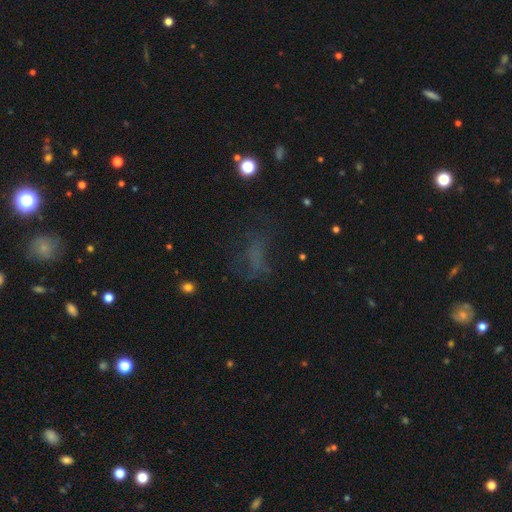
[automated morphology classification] This appears to be a smooth galaxy with no disk features (43%). Merging: none (48%).